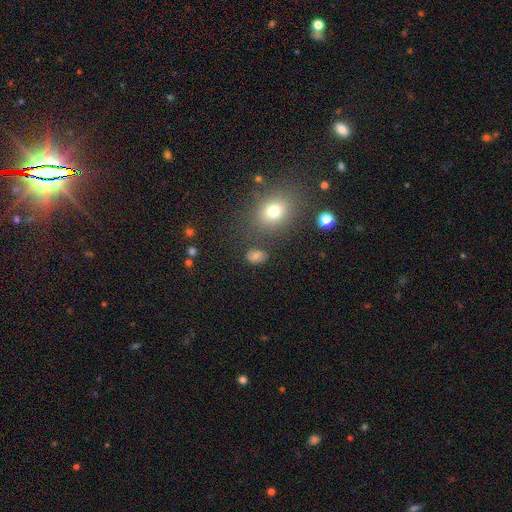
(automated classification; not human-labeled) This is likely a smooth galaxy (70%). How rounded: likely in between (63%). Merging: likely none (74%).